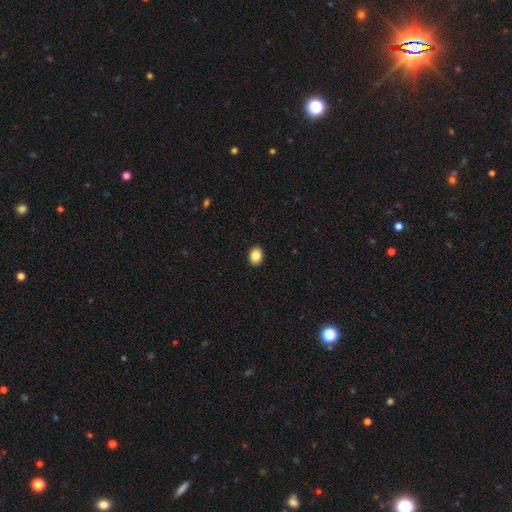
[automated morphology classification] smooth-or-featured: smooth: 86% | star or artifact: 9% | featured or disk: 5%
  how-rounded: in between: 60% | round: 39% | cigar-shaped: 1%
  merging: none: 91% | minor disturbance: 6% | major disturbance: 2% | merger: 1%